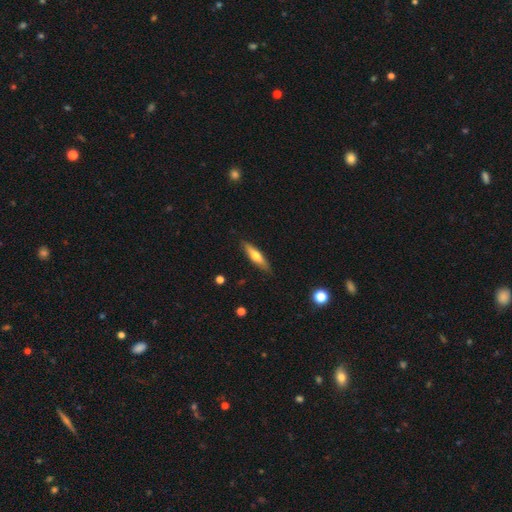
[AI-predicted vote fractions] The model was most divided on "smooth or featured": smooth: 55%, featured or disk: 39%, star or artifact: 6%. More confident: merging — none (88%); how rounded — cigar-shaped (72%).